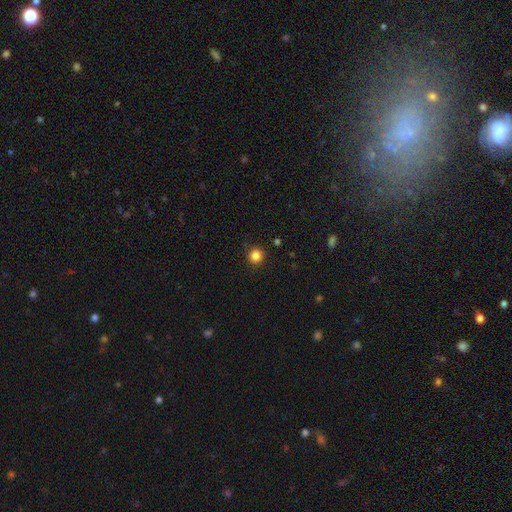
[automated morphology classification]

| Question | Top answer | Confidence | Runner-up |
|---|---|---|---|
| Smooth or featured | smooth | 84% | star or artifact (12%) |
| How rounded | round | 92% | in between (7%) |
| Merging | none | 90% | minor disturbance (7%) |